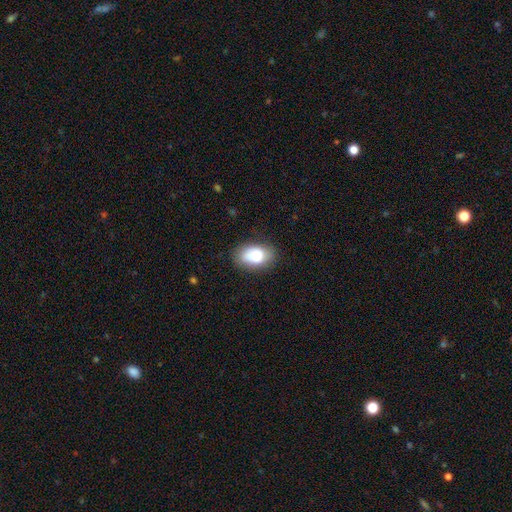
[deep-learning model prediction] The model was most divided on "merging": none: 74%, minor disturbance: 19%, major disturbance: 5%, merger: 2%. More confident: how rounded — in between (88%); smooth or featured — smooth (78%).